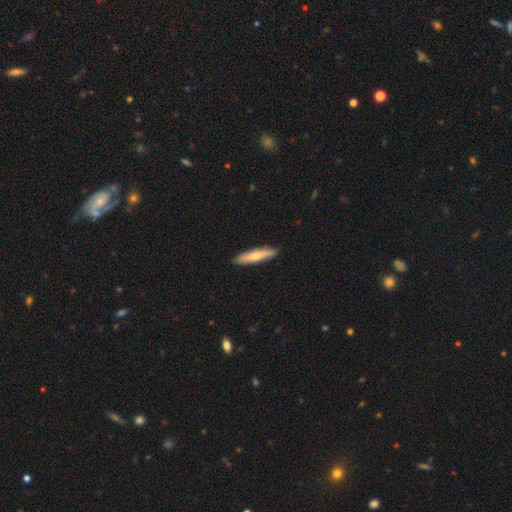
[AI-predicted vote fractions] Smooth or featured? Predicted: smooth (p=0.64). How rounded? Predicted: cigar-shaped (p=0.86). Merging? Predicted: none (p=0.89).